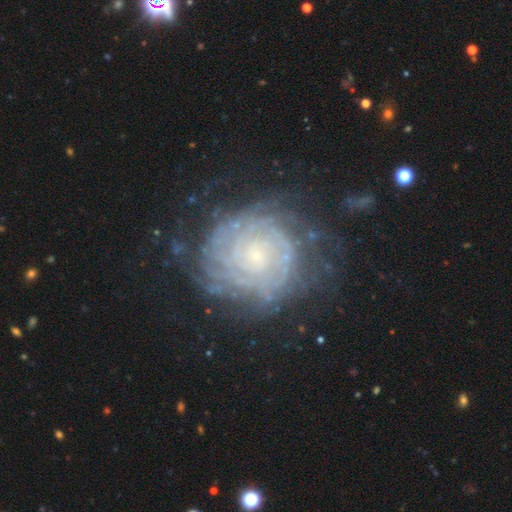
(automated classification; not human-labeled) This is clearly a featured or disk galaxy (80%). It is clearly not viewed edge-on (97%). Bar: likely no (76%). Spiral arm pattern: clearly yes (93%). Spiral arm count: possibly can't tell (46%). Spiral winding: clearly tight (83%). Central bulge: likely small (74%). Merging: likely none (71%).